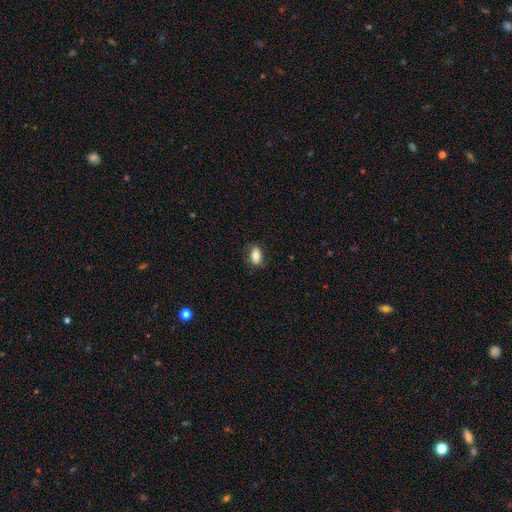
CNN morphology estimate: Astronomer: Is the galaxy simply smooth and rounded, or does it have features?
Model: smooth — 76%.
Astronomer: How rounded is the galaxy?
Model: in between — 86%.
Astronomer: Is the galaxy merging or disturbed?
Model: none — 76%.